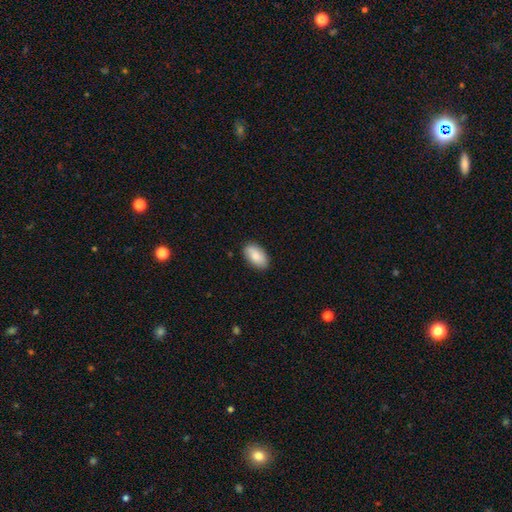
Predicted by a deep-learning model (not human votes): Smooth or featured: smooth — 82% (featured or disk — 12%)
How rounded: in between — 94% (round — 4%)
Merging: none — 85% (minor disturbance — 12%)